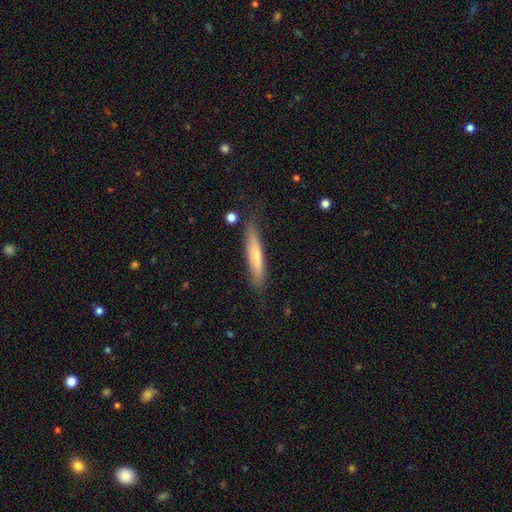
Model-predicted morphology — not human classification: smooth 64%, featured or disk 30%, star or artifact 6%. Down the decision tree: how rounded — cigar-shaped (88%); merging — none (77%).